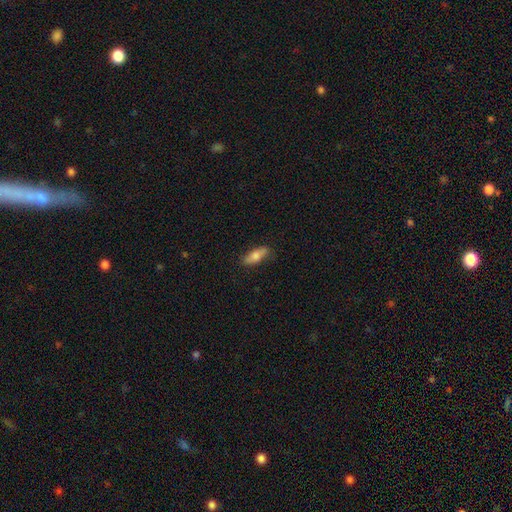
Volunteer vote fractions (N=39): Overall: smooth (54%; featured or disk 33%). How rounded: in between (67%; cigar-shaped 33%). Merging: none (74%).